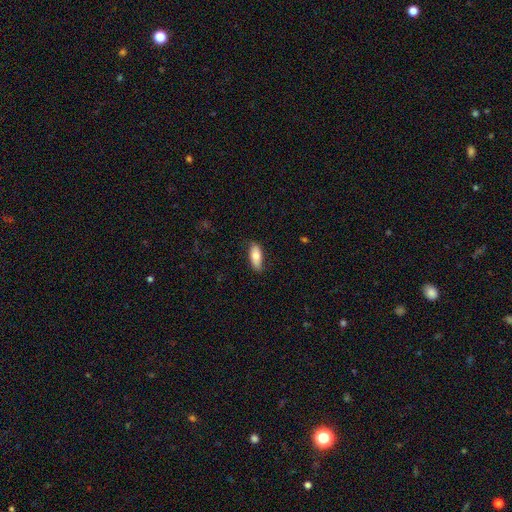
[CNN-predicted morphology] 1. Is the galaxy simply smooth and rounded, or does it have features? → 74% smooth, 20% featured or disk, 6% star or artifact.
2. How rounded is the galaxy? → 76% in between, 22% cigar-shaped, 2% round.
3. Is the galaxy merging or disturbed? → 77% none, 18% minor disturbance, 4% major disturbance, 1% merger.